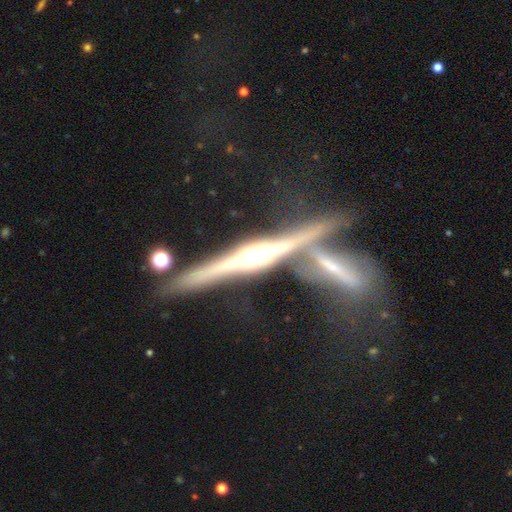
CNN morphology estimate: This appears to be a featured or disk galaxy (86%) viewed edge-on (97%) with a rounded central bulge (87%). Merging: none (61%).